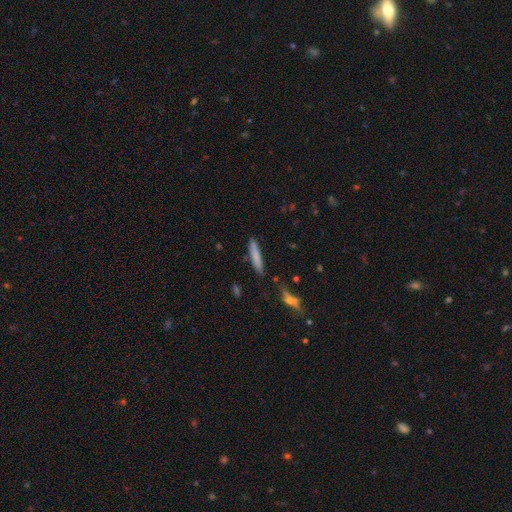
smooth-or-featured: smooth: 85% | featured or disk: 10% | star or artifact: 5%
  how-rounded: cigar-shaped: 94% | round: 3% | in between: 3%
  merging: none: 79% | minor disturbance: 16% | major disturbance: 3% | merger: 3%